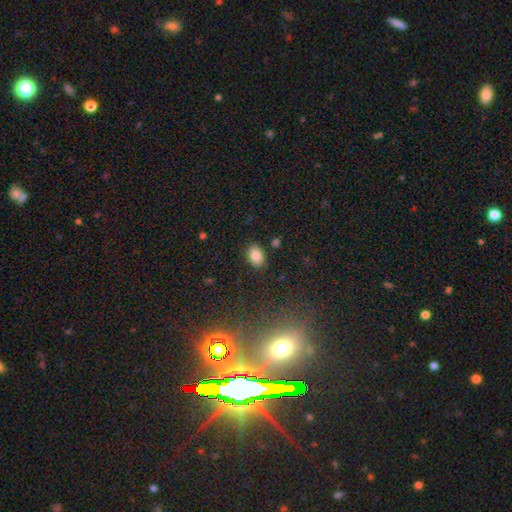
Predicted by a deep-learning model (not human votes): A smooth galaxy with no disk features (84%) that is in between round and cigar-shaped (80%). Merging: none (87%).